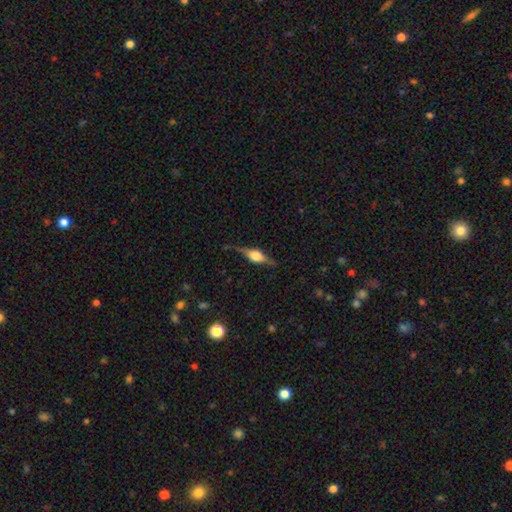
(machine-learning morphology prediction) This is likely a featured or disk galaxy (66%). It is clearly viewed edge-on (95%). Edge-on bulge: clearly rounded (87%). Merging: likely none (78%).